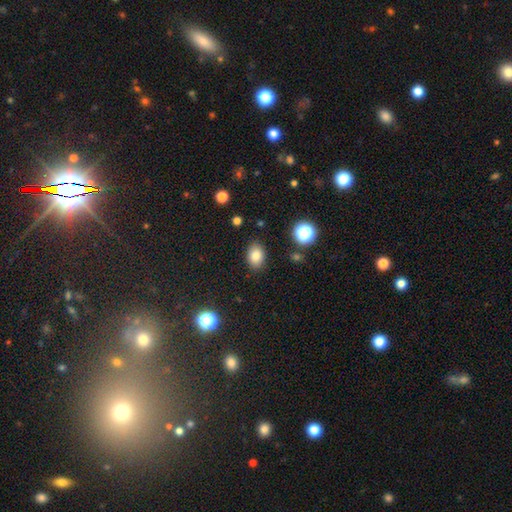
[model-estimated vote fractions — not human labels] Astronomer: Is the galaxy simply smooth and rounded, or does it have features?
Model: smooth — 81%.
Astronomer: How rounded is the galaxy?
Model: in between — 74%.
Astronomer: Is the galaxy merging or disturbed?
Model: none — 87%.